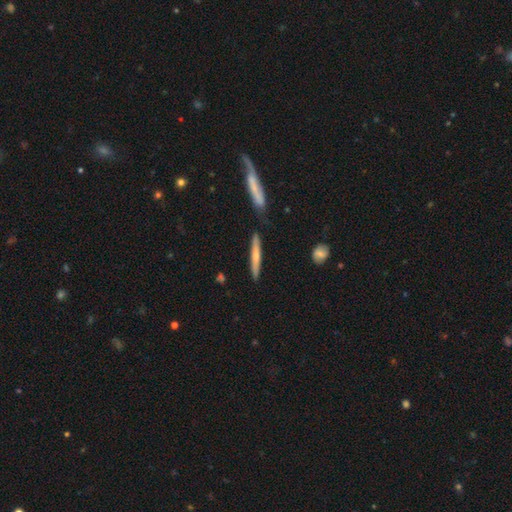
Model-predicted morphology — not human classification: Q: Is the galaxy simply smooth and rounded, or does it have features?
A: smooth — 55%.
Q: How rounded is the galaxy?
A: cigar-shaped — 93%.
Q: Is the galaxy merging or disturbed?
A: none — 78%.